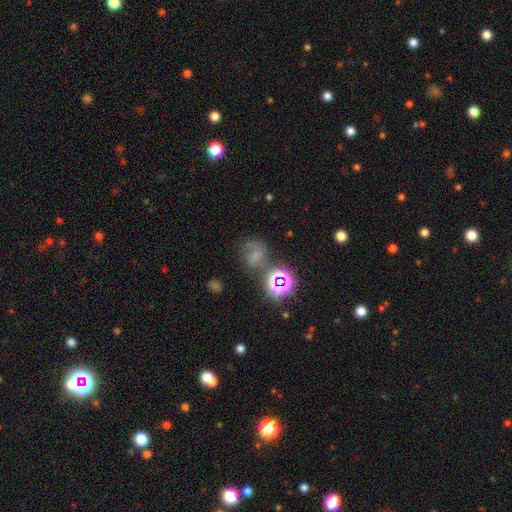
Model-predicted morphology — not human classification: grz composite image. It shows a smooth galaxy with no disk features (39%). Merging: none (53%).